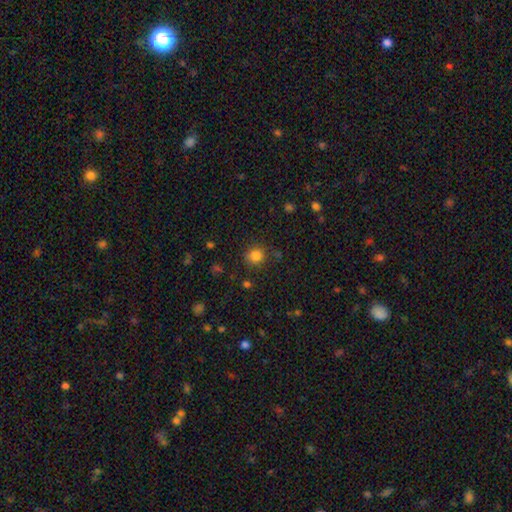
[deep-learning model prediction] Q: Smooth or featured?
A: smooth (82%); runner-up: star or artifact (13%)
Q: How rounded?
A: round (82%); runner-up: in between (17%)
Q: Merging?
A: none (83%); runner-up: minor disturbance (11%)